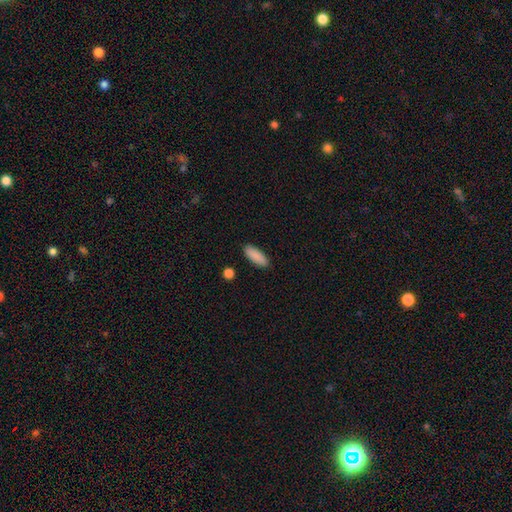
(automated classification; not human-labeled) A smooth galaxy with no disk features (89%) that is in between round and cigar-shaped (67%).

Vote fractions:
- Smooth or featured? smooth: 89% / star or artifact: 6% / featured or disk: 4%
- How rounded? in between: 67% / cigar-shaped: 31% / round: 2%
- Merging? none: 89% / minor disturbance: 7% / major disturbance: 2% / merger: 2%